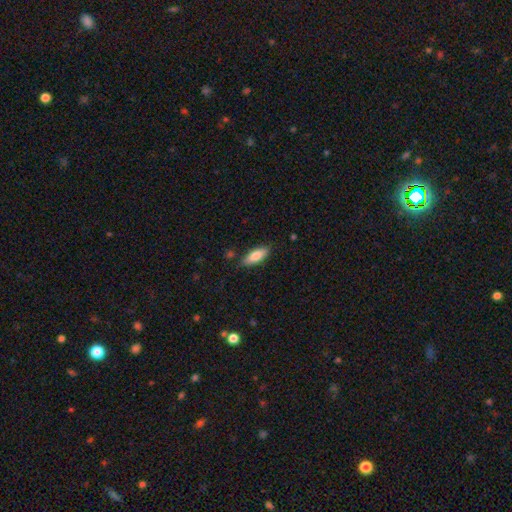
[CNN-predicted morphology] The model was most divided on "how rounded": in between: 71%, cigar-shaped: 27%, round: 2%. More confident: merging — none (81%); smooth or featured — smooth (80%).